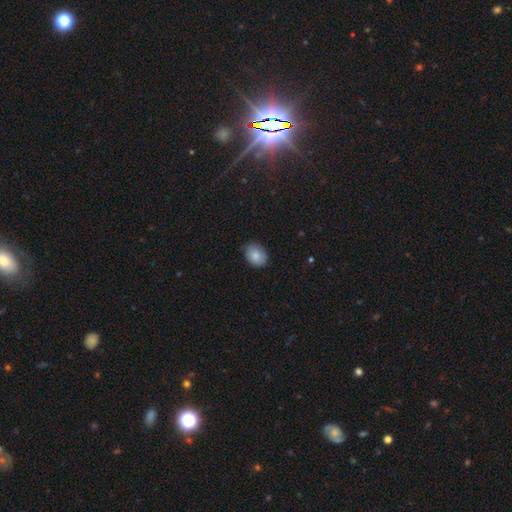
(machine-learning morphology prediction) A smooth galaxy with no disk features (84%) that is in between round and cigar-shaped (64%). Merging: none (79%).